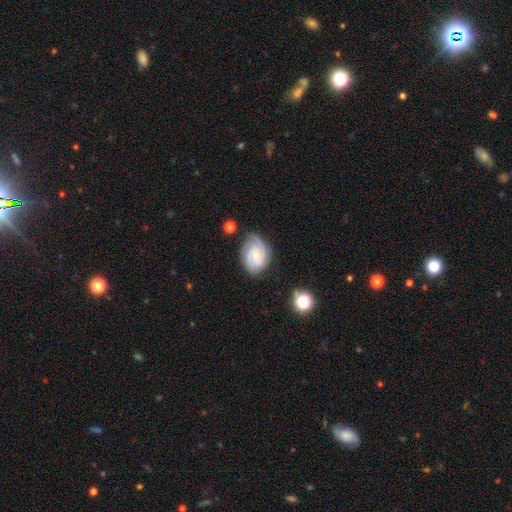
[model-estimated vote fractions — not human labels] This is clearly a featured or disk galaxy (80%). It is clearly not viewed edge-on (98%). Bar: possibly no (57%). Spiral arm pattern: clearly yes (97%). Spiral arm count: marginally 2 (39%). Spiral winding: likely tight (62%). Central bulge: likely small (65%). Merging: likely none (73%).